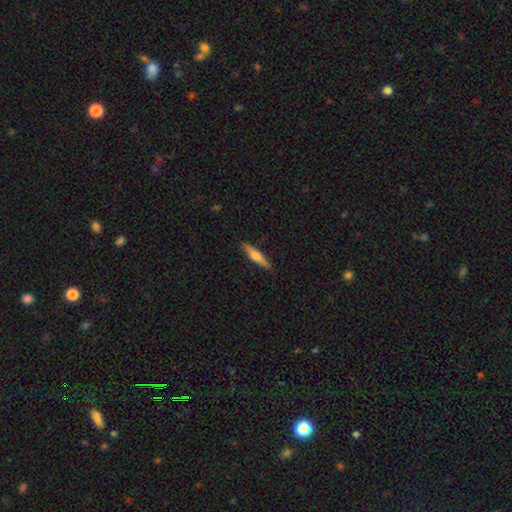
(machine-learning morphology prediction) smooth-or-featured: featured or disk: 47% (tied) | smooth: 47% (tied) | star or artifact: 6%
  merging: none: 88% | minor disturbance: 9% | major disturbance: 2% | merger: 1%